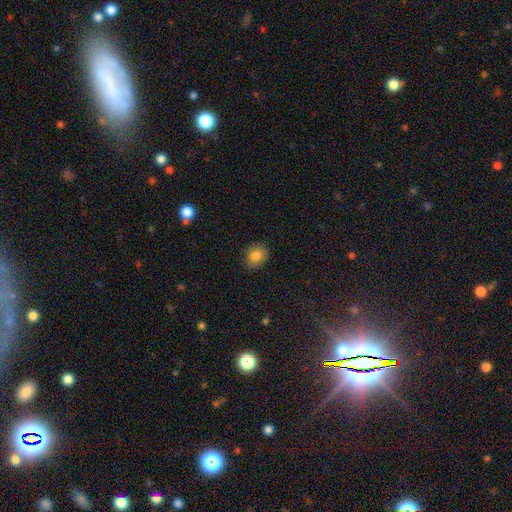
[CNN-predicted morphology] Smooth or featured? smooth (84%)
How rounded? round (57%)
Merging? none (86%)